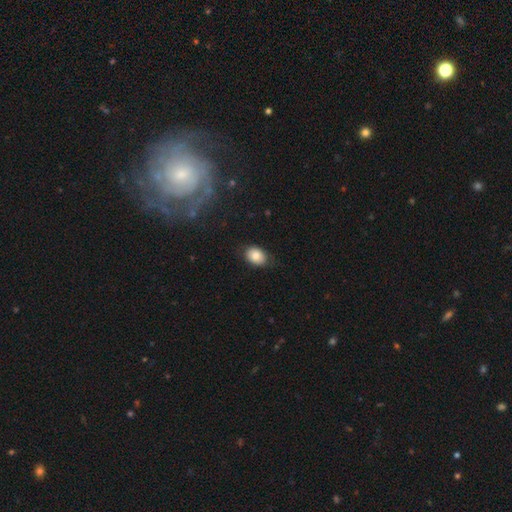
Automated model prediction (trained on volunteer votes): smooth-or-featured: smooth: 82% | featured or disk: 10% | star or artifact: 8%
  how-rounded: in between: 77% | round: 22% | cigar-shaped: 1%
  merging: none: 78% | minor disturbance: 17% | major disturbance: 4% | merger: 1%